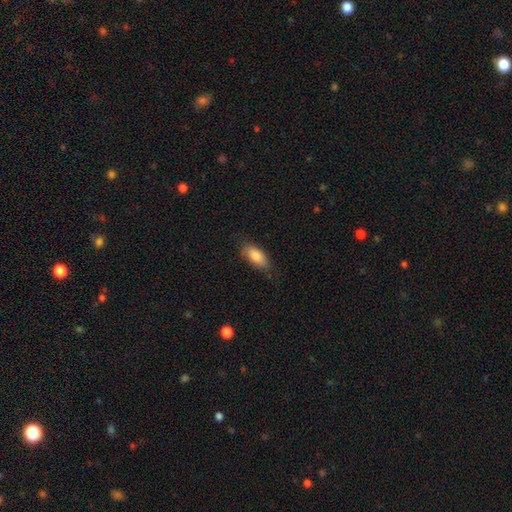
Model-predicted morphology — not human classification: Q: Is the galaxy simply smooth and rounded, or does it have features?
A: smooth — 84%.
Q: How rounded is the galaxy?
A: in between — 87%.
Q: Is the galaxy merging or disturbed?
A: none — 76%.